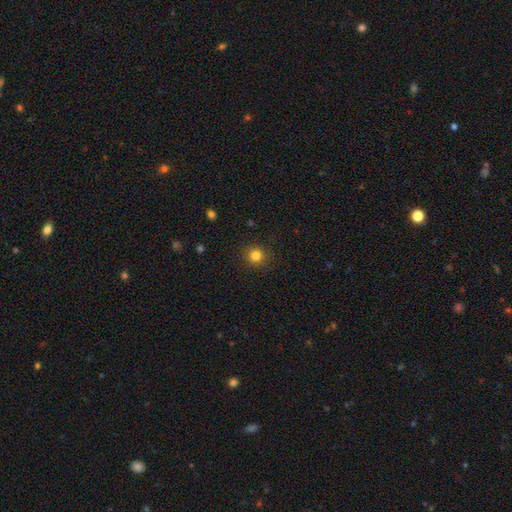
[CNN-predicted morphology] Smooth or featured: smooth — 83% (star or artifact — 12%)
How rounded: round — 93% (in between — 6%)
Merging: none — 91% (minor disturbance — 6%)